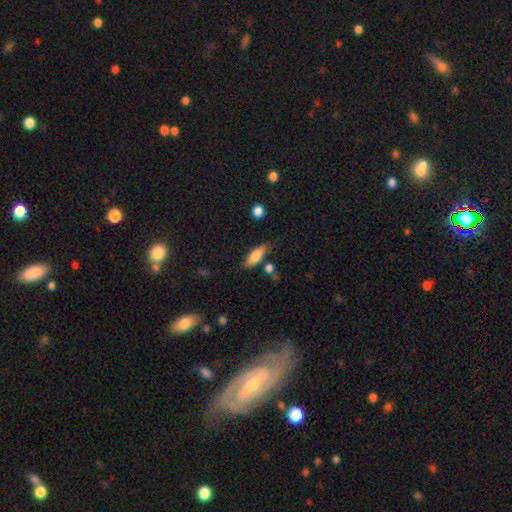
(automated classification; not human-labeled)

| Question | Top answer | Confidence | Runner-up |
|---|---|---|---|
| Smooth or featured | smooth | 75% | featured or disk (18%) |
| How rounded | in between | 65% | cigar-shaped (32%) |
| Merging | none | 74% | minor disturbance (16%) |